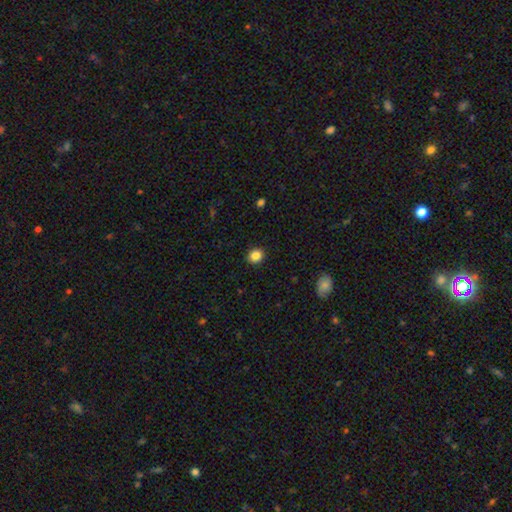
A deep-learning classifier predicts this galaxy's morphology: A smooth galaxy with no disk features (85%) that is round (77%). Merging: none (90%).